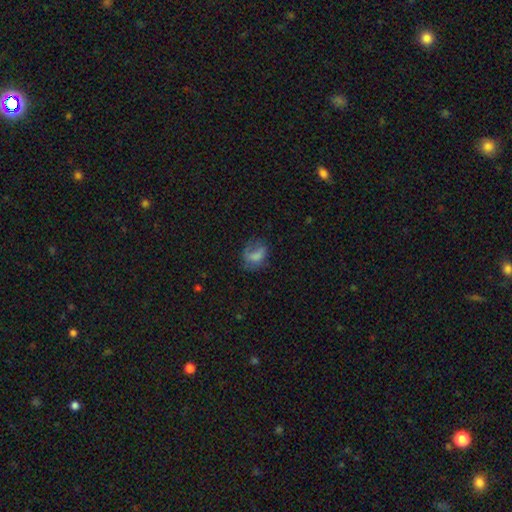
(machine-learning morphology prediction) smooth 65%, featured or disk 23%, star or artifact 12%. Down the decision tree: how rounded — in between (66%); merging — none (40%).